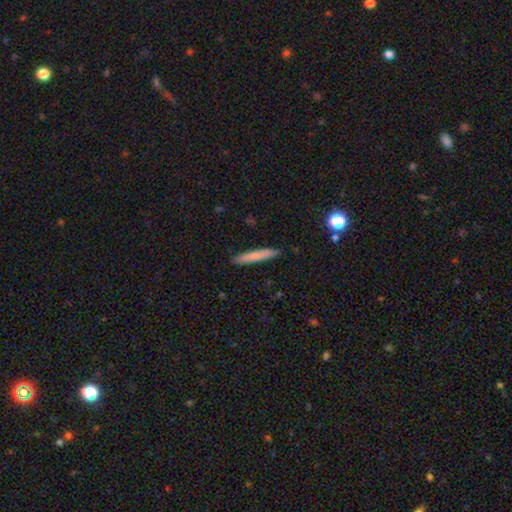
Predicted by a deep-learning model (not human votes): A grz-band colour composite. It shows a smooth galaxy with no disk features (75%) that is cigar-shaped (95%). Merging: none (90%).